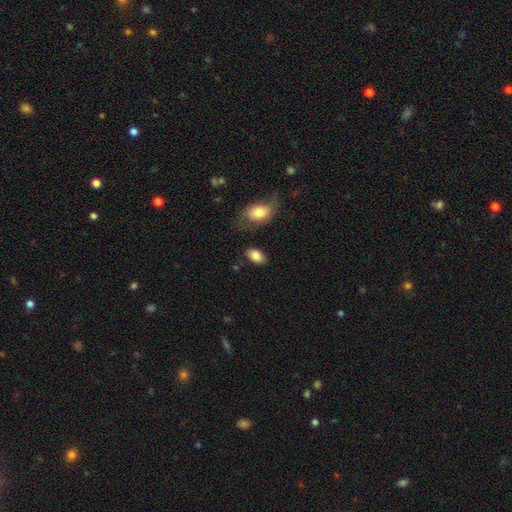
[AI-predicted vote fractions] Q: Smooth or featured?
A: smooth (86%); runner-up: star or artifact (7%)
Q: How rounded?
A: in between (91%); runner-up: round (7%)
Q: Merging?
A: none (76%); runner-up: minor disturbance (14%)